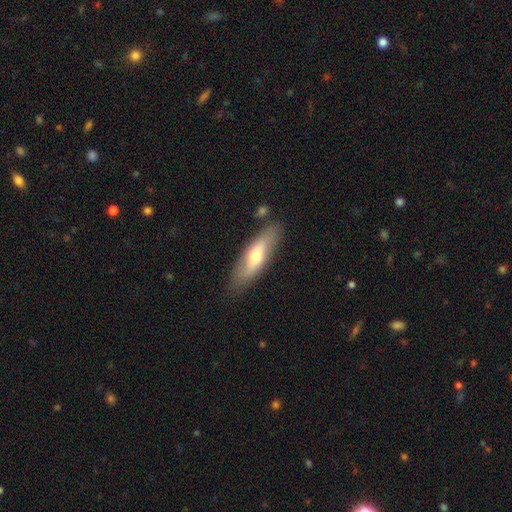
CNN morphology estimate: Smooth or featured? Predicted: smooth (p=0.57). How rounded? Predicted: cigar-shaped (p=0.51). Merging? Predicted: none (p=0.80).